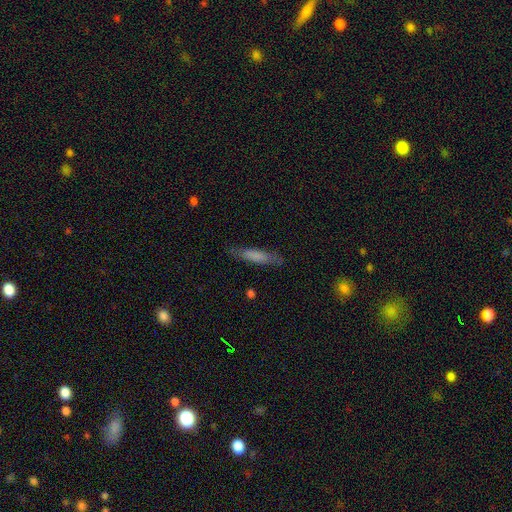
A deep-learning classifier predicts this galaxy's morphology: A smooth galaxy with no disk features (72%) that is cigar-shaped (84%). Merging: none (82%).